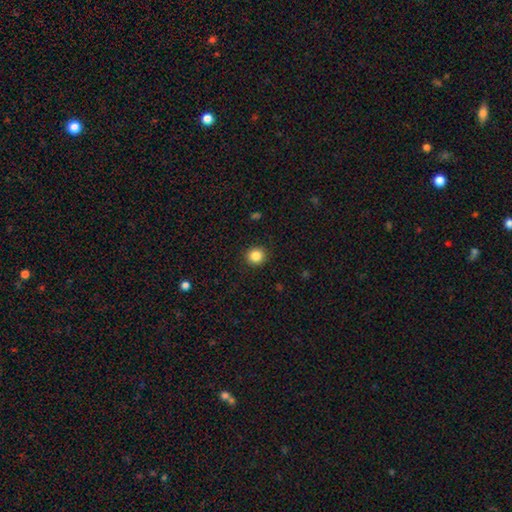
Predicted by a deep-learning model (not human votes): Q: Smooth or featured?
A: smooth (86%); runner-up: star or artifact (10%)
Q: How rounded?
A: round (91%); runner-up: in between (8%)
Q: Merging?
A: none (91%); runner-up: minor disturbance (6%)